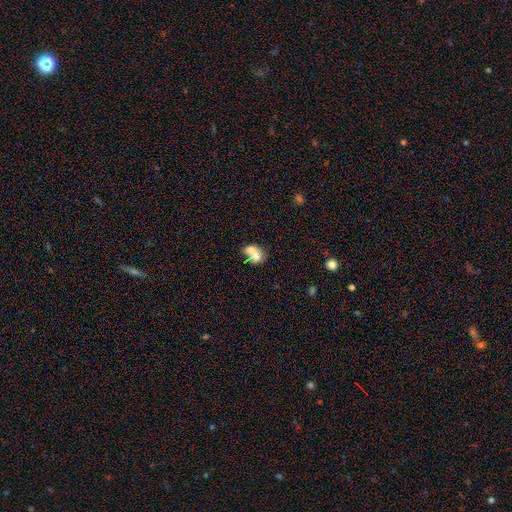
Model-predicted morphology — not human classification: The model was most divided on "how rounded": round: 58%, in between: 41%, cigar-shaped: 1%. More confident: smooth or featured — smooth (67%); merging — merger (66%).